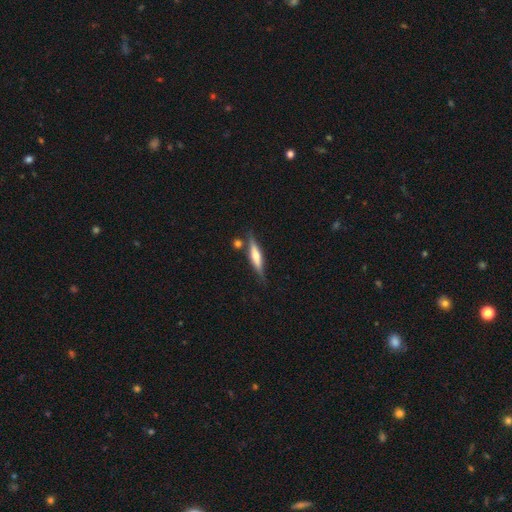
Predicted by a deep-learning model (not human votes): Smooth or featured: featured or disk — 58% (smooth — 36%)
Edge-on disk: yes — 95% (no — 5%)
Edge-on bulge: rounded — 78% (boxy — 11%)
Merging: none — 77% (minor disturbance — 13%)